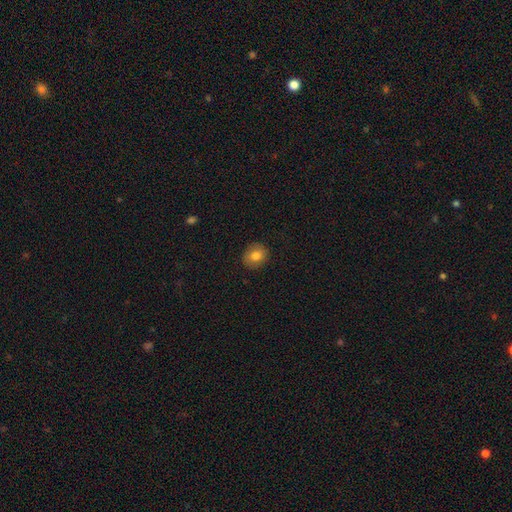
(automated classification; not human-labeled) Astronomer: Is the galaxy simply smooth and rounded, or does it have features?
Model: smooth — 79%.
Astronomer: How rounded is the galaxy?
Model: round — 71%.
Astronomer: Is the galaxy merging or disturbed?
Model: none — 86%.